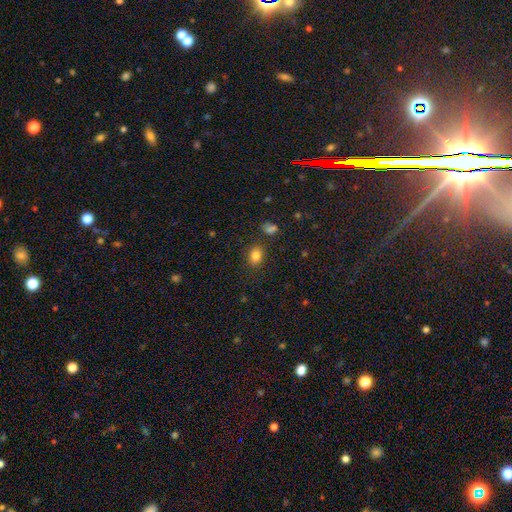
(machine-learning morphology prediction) Overall: smooth (82%). How rounded: in between (56%; round 42%). Merging: none (81%).